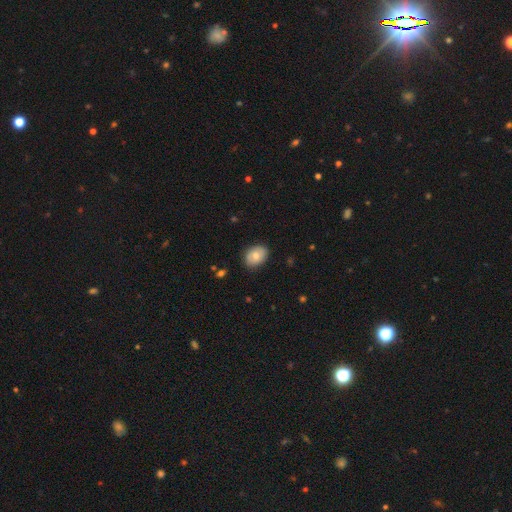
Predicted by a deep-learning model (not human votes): The model was most divided on "how rounded": in between: 71%, round: 28%, cigar-shaped: 1%. More confident: merging — none (84%); smooth or featured — smooth (74%).